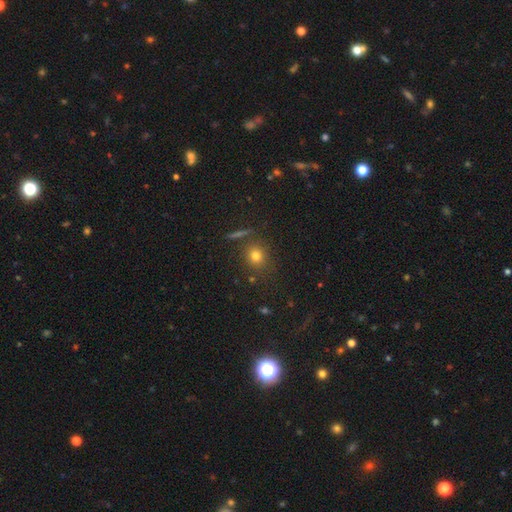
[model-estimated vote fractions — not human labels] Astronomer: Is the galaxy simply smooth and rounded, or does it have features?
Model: smooth — 75%.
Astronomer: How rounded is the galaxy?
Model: round — 79%.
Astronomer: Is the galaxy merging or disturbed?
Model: none — 80%.